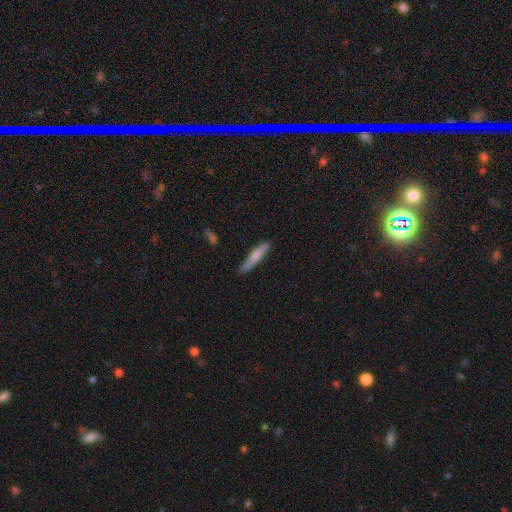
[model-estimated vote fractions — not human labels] Q: Smooth or featured?
A: smooth (71%); runner-up: featured or disk (24%)
Q: How rounded?
A: cigar-shaped (89%); runner-up: in between (9%)
Q: Merging?
A: none (78%); runner-up: minor disturbance (17%)